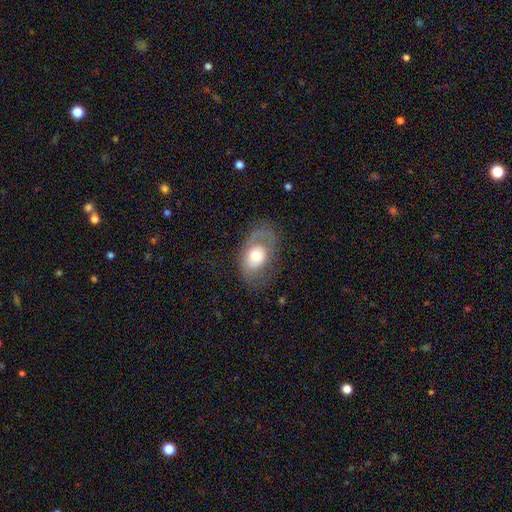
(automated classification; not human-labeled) smooth-or-featured: featured or disk: 47% | smooth: 46% | star or artifact: 7%
  merging: none: 57% | minor disturbance: 22% | major disturbance: 20% | merger: 2%